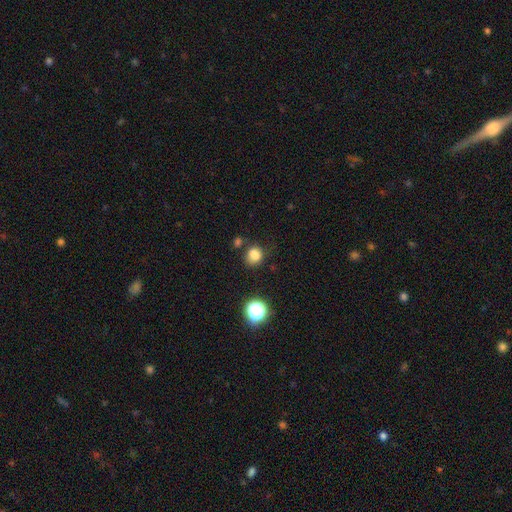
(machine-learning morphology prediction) Smooth or featured? Predicted: smooth (p=0.80). How rounded? Predicted: round (p=0.62). Merging? Predicted: none (p=0.63).